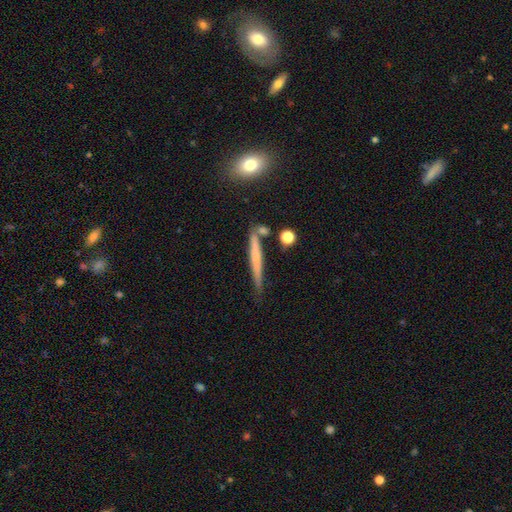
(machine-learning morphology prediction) The model was most divided on "smooth or featured": smooth: 50%, featured or disk: 43%, star or artifact: 7%. More confident: merging — none (73%).